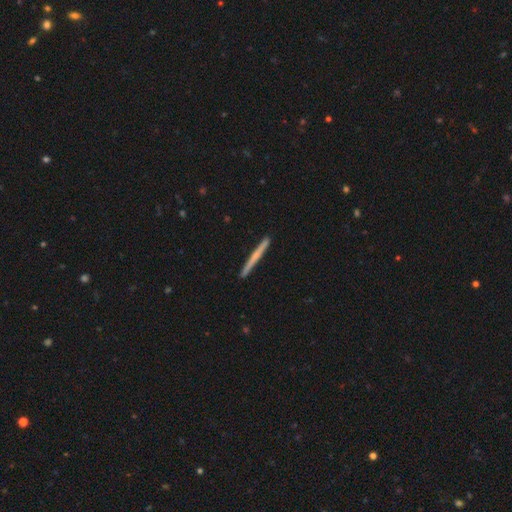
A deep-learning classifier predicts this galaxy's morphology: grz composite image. It shows a smooth galaxy with no disk features (53%) that is cigar-shaped (97%). Merging: none (92%).